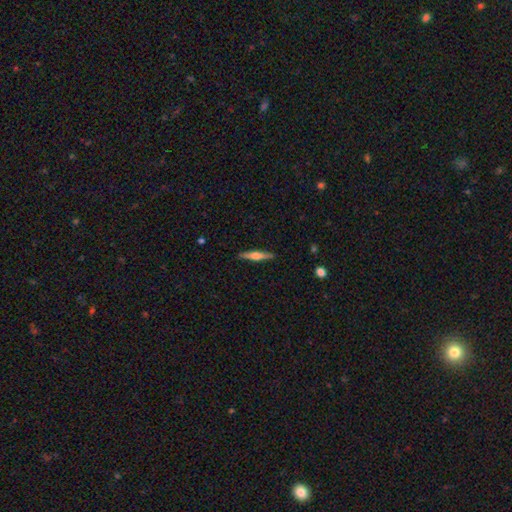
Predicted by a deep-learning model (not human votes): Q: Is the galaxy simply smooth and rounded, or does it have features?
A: featured or disk — 59%.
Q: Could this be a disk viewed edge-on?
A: yes — 97%.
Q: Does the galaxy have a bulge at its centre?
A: rounded — 84%.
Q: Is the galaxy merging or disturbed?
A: none — 90%.